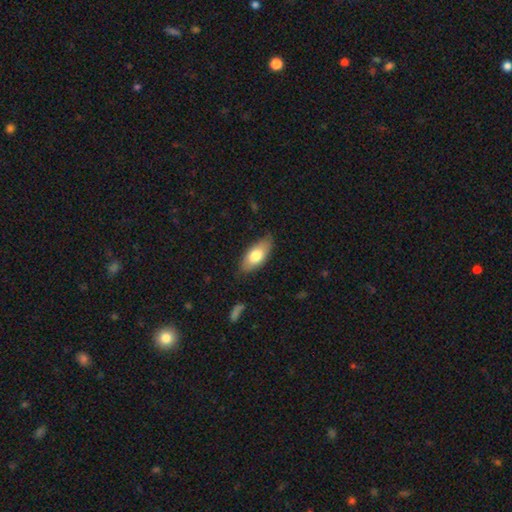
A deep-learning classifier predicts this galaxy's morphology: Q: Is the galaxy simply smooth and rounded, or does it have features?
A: smooth — 73%.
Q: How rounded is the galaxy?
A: in between — 85%.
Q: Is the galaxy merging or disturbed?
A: none — 81%.